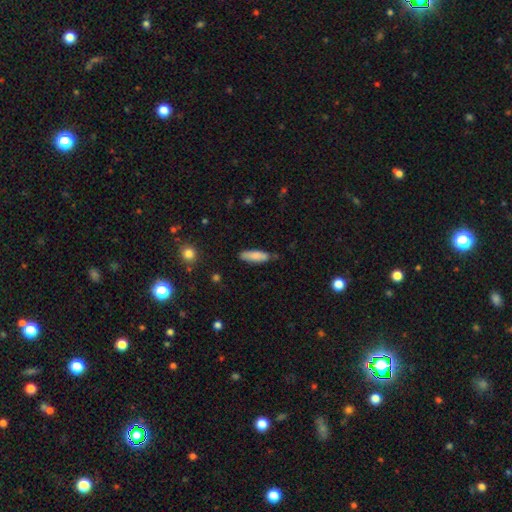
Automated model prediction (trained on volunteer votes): Smooth or featured?
  - smooth: 84% *
  - featured or disk: 10%
  - star or artifact: 6%
How rounded?
  - cigar-shaped: 52% *
  - in between: 47%
  - round: 2%
Merging?
  - none: 78% *
  - minor disturbance: 17%
  - major disturbance: 3%
  - merger: 2%